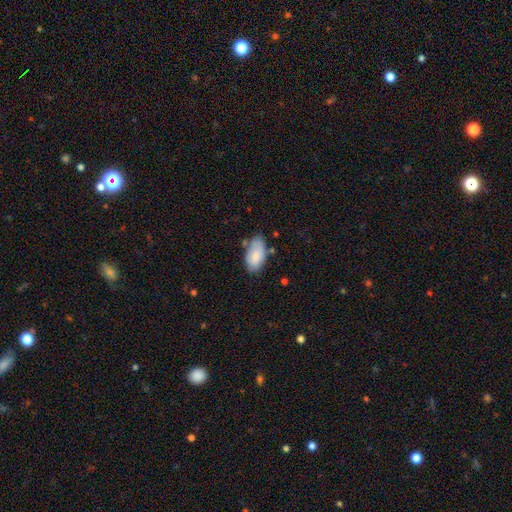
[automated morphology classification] This appears to be a smooth galaxy with no disk features (81%) that is in between round and cigar-shaped (95%). Merging: none (65%).